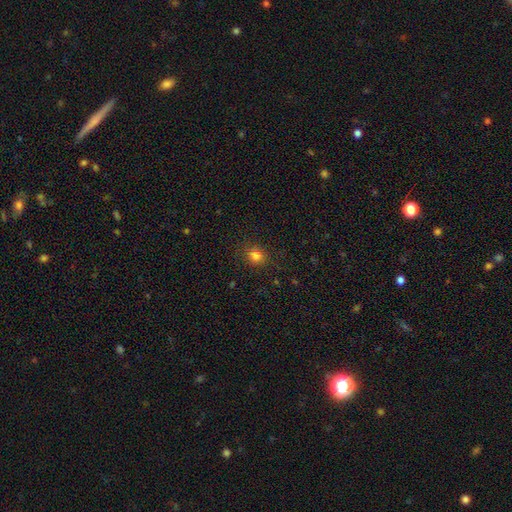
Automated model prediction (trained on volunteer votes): The model was most divided on "how rounded": round: 76%, in between: 23%, cigar-shaped: 1%. More confident: merging — none (86%); smooth or featured — smooth (80%).